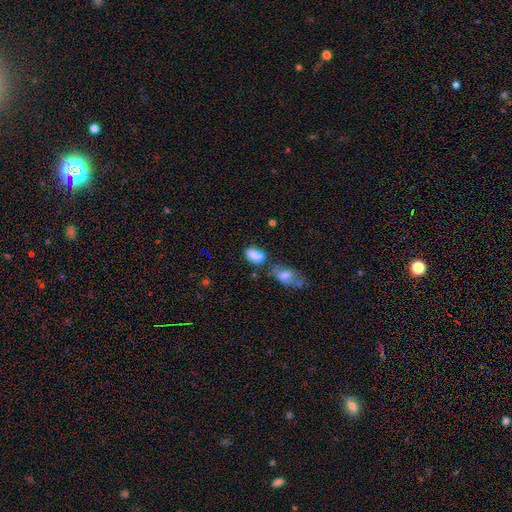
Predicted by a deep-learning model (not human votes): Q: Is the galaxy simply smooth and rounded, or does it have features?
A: smooth — 79%.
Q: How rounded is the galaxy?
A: in between — 85%.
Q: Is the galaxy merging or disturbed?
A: none — 36%.